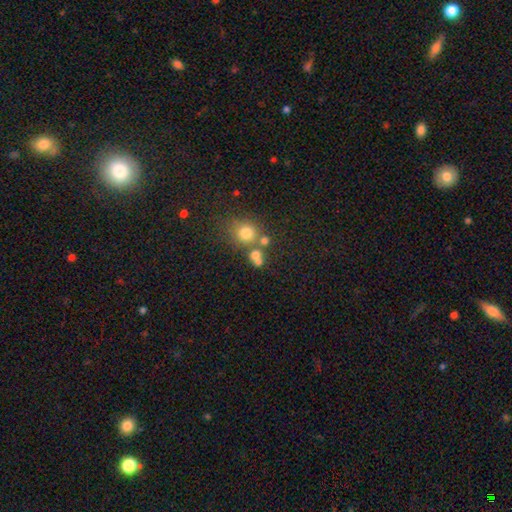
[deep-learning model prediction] Overall: smooth (69%). How rounded: round (80%). Merging: none (47%; merger 39%).